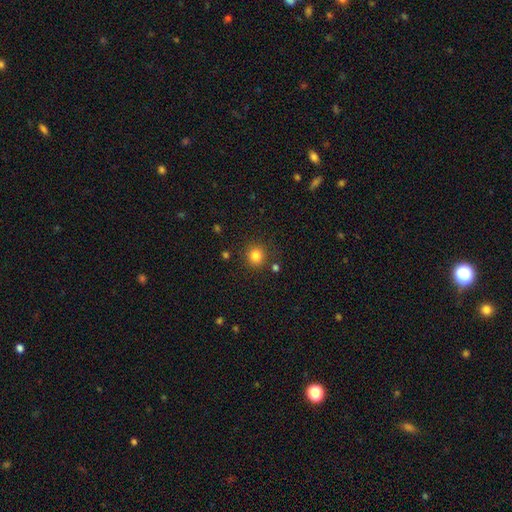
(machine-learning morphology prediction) Smooth or featured? Predicted: smooth (p=0.82). How rounded? Predicted: round (p=0.89). Merging? Predicted: none (p=0.84).